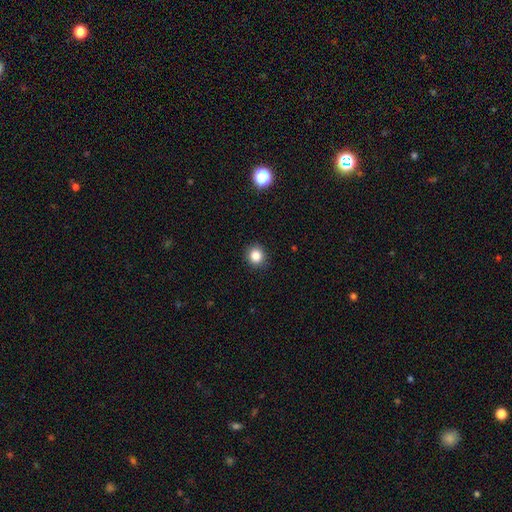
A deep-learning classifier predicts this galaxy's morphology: Smooth or featured? Predicted: smooth (p=0.84). How rounded? Predicted: round (p=0.87). Merging? Predicted: none (p=0.91).